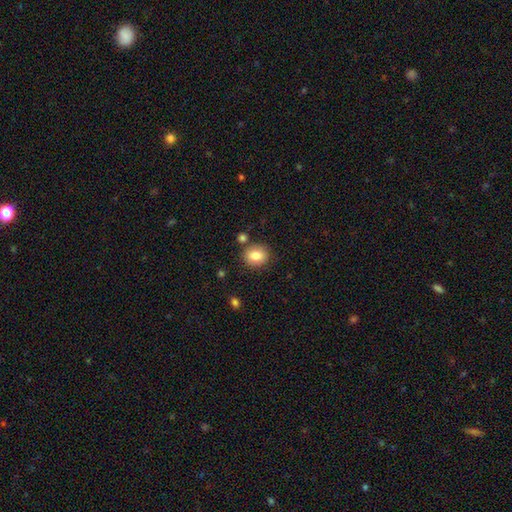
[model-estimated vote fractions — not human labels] This appears to be a smooth galaxy with no disk features (82%) that is round (71%). Merging: none (81%).